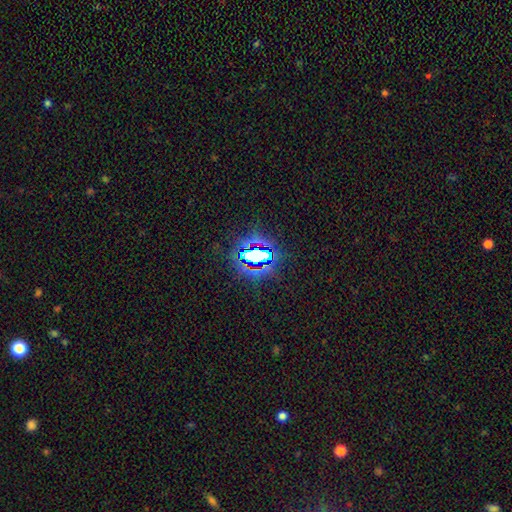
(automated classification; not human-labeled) Morphology: type=star or artifact (69%).